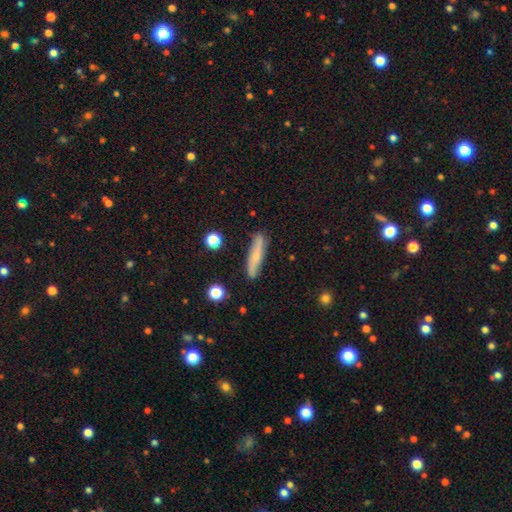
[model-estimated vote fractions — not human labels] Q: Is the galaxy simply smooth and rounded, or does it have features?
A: smooth — 59%.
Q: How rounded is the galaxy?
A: cigar-shaped — 87%.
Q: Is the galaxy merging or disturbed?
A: none — 82%.